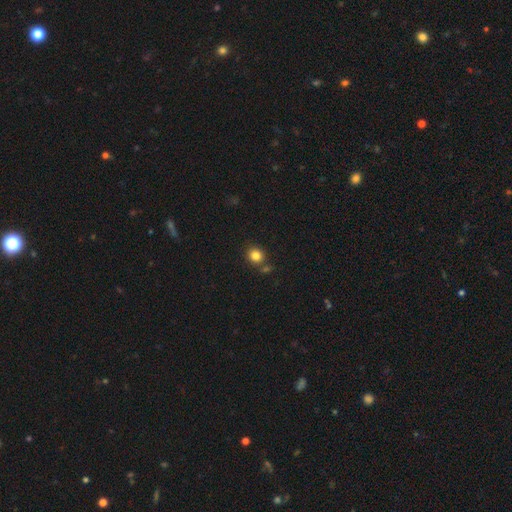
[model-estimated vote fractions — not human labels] smooth 83%, star or artifact 12%, featured or disk 5%. Down the decision tree: how rounded — round (83%); merging — none (77%).